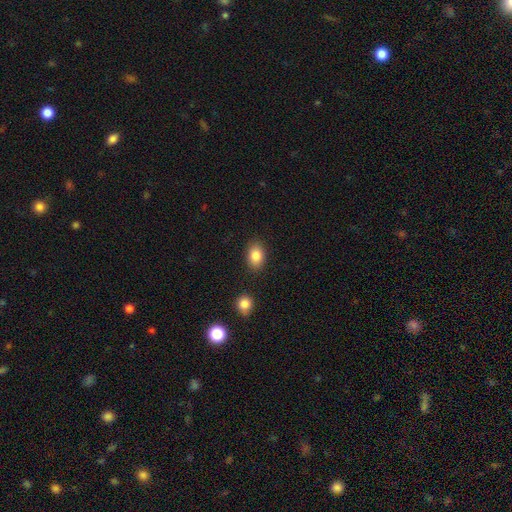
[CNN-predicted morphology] Smooth or featured?
  - smooth: 85% *
  - star or artifact: 8%
  - featured or disk: 6%
How rounded?
  - in between: 78% *
  - round: 21%
  - cigar-shaped: 1%
Merging?
  - none: 84% *
  - minor disturbance: 10%
  - merger: 3%
  - major disturbance: 3%